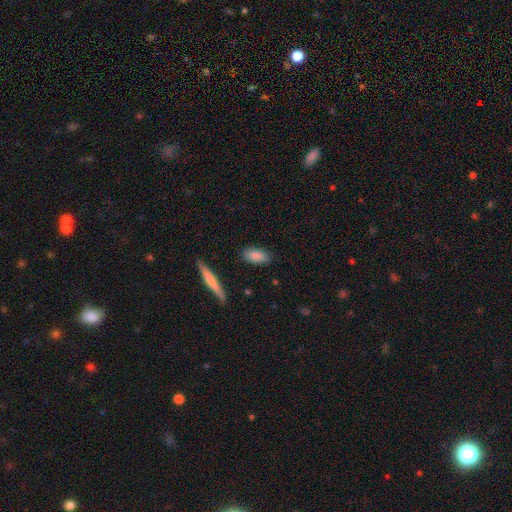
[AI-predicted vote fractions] Smooth or featured?
  - smooth: 85% *
  - featured or disk: 9%
  - star or artifact: 6%
How rounded?
  - in between: 84% *
  - cigar-shaped: 13%
  - round: 3%
Merging?
  - none: 83% *
  - minor disturbance: 12%
  - major disturbance: 2%
  - merger: 2%